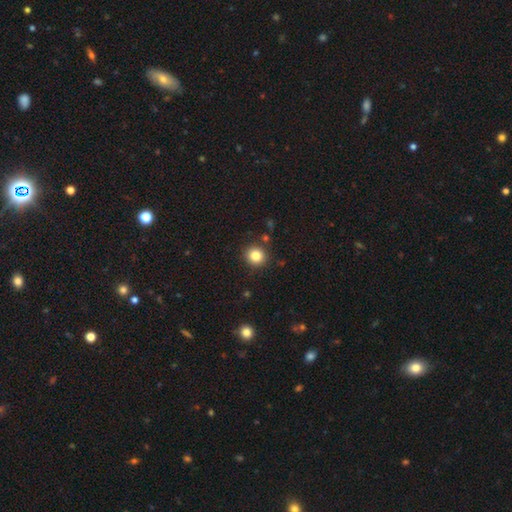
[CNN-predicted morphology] Smooth or featured? smooth (83%)
How rounded? round (90%)
Merging? none (89%)